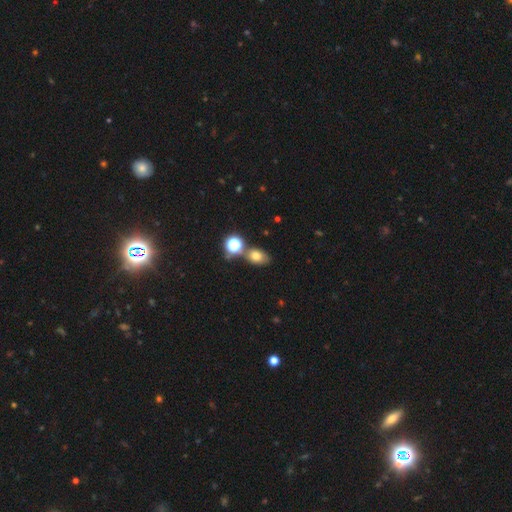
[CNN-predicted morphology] Smooth or featured? smooth (72%)
How rounded? in between (73%)
Merging? none (61%)